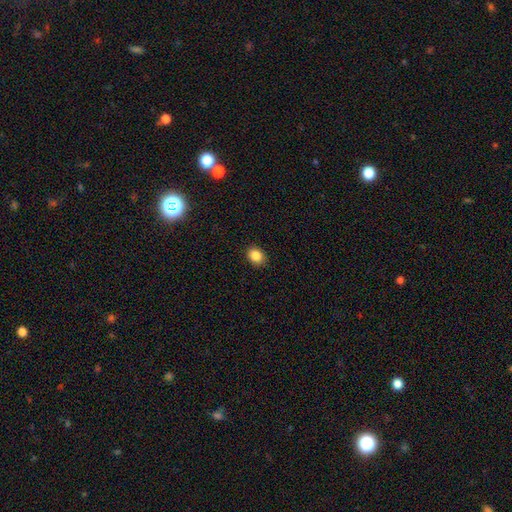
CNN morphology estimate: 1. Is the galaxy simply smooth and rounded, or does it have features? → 86% smooth, 10% star or artifact, 4% featured or disk.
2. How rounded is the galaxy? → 52% in between, 47% round, 1% cigar-shaped.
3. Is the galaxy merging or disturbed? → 89% none, 8% minor disturbance, 2% major disturbance, 1% merger.